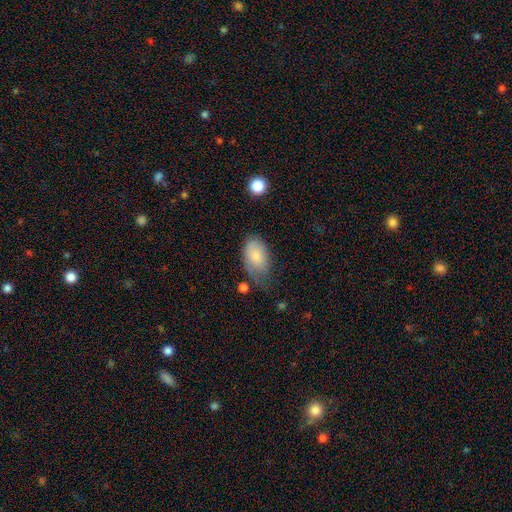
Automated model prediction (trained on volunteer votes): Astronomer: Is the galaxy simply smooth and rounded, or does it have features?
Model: smooth — 80%.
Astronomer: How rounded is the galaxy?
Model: in between — 93%.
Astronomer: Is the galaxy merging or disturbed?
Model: none — 45% (runner-up: minor disturbance, 36%).